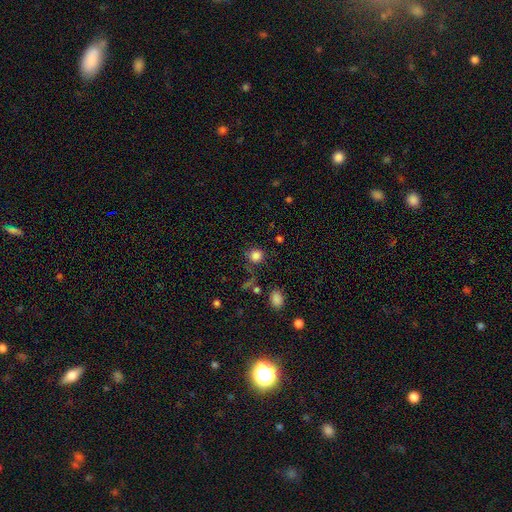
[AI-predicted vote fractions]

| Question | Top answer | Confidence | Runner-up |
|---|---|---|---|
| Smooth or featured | smooth | 82% | star or artifact (13%) |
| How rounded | round | 89% | in between (10%) |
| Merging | none | 76% | minor disturbance (13%) |